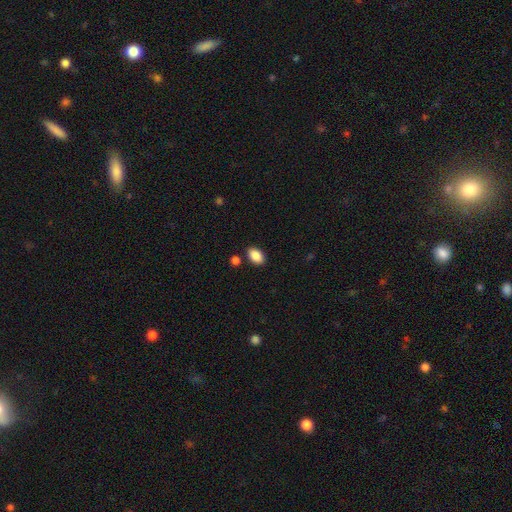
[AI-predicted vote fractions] smooth-or-featured: smooth: 89% | star or artifact: 7% | featured or disk: 4%
  how-rounded: in between: 89% | round: 9% | cigar-shaped: 1%
  merging: none: 84% | minor disturbance: 9% | merger: 4% | major disturbance: 2%